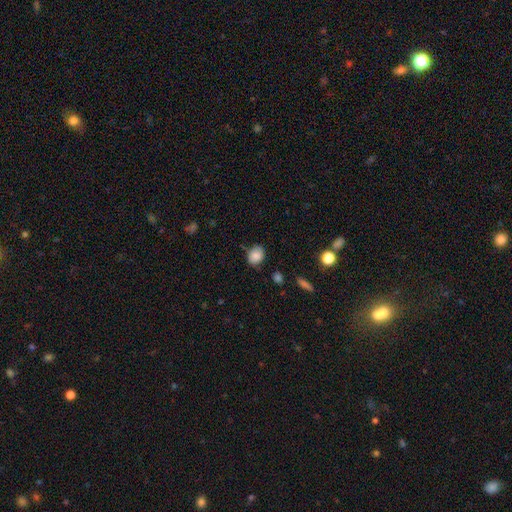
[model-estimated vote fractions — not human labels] This appears to be a smooth galaxy with no disk features (85%) that is in between round and cigar-shaped (51%). Merging: none (73%).